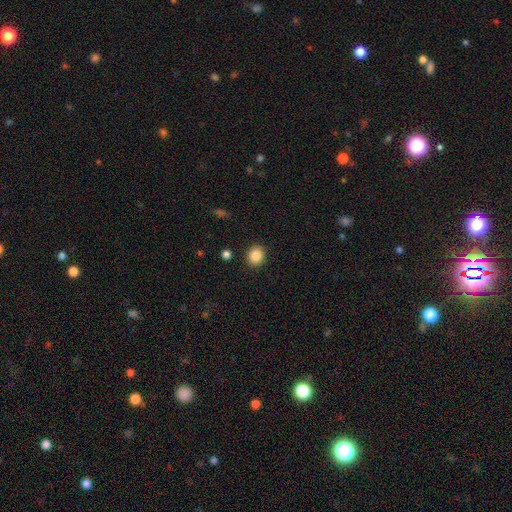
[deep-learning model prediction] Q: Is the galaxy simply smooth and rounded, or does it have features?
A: smooth — 86%.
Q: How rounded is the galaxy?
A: round — 73%.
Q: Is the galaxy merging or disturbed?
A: none — 90%.